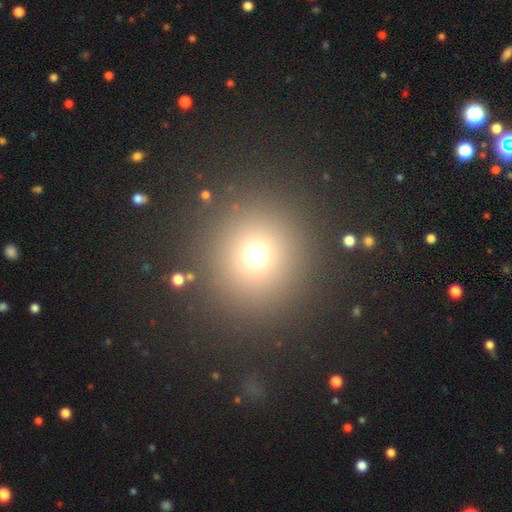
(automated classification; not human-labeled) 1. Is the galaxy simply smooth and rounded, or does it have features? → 68% smooth, 24% star or artifact, 8% featured or disk.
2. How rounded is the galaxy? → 93% round, 6% in between, 1% cigar-shaped.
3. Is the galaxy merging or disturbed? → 86% none, 6% minor disturbance, 4% major disturbance, 3% merger.